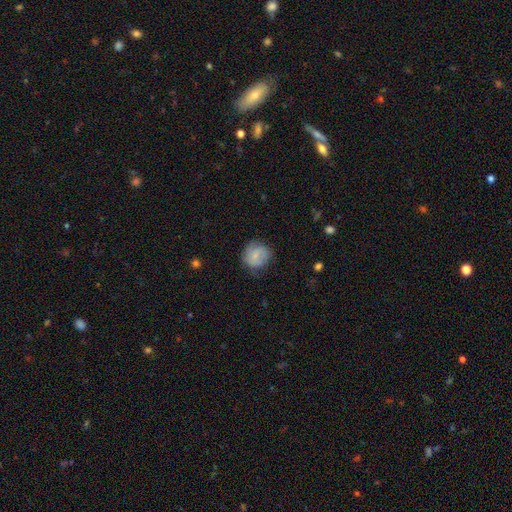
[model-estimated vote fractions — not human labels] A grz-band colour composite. It shows a smooth galaxy with no disk features (70%) that is round (83%). Merging: none (63%).